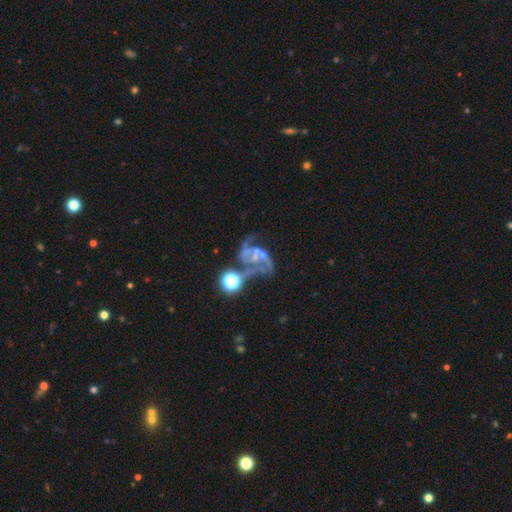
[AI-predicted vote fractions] Q: Smooth or featured?
A: featured or disk (73%); runner-up: star or artifact (16%)
Q: Edge-on disk?
A: no (98%); runner-up: yes (2%)
Q: Bar?
A: no (64%); runner-up: weak (25%)
Q: Spiral arms?
A: yes (78%); runner-up: no (22%)
Q: Spiral winding?
A: loose (52%); runner-up: medium (36%)
Q: Spiral arm count?
A: 2 (65%); runner-up: can't tell (14%)
Q: Bulge size?
A: none (49%); runner-up: small (32%)
Q: Merging?
A: major disturbance (37%); runner-up: none (26%)